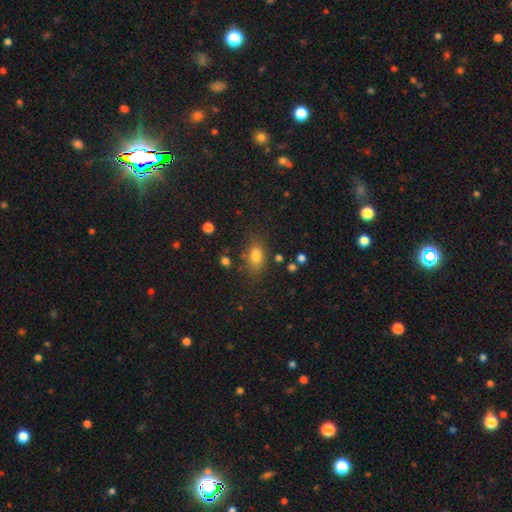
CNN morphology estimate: Smooth or featured: smooth — 81% (star or artifact — 11%)
How rounded: in between — 81% (round — 16%)
Merging: none — 75% (minor disturbance — 15%)